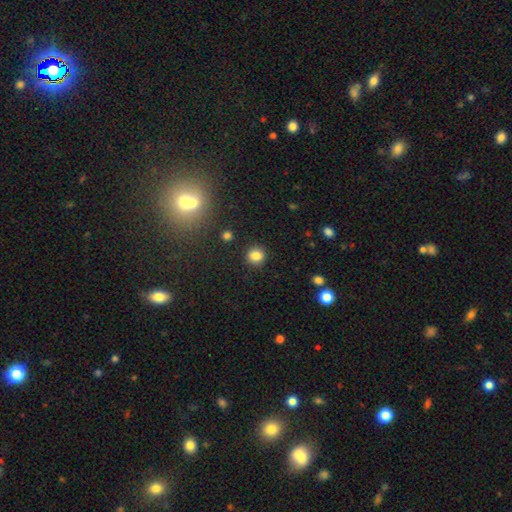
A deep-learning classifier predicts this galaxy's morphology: This is clearly a smooth galaxy (83%). How rounded: clearly round (87%). Merging: clearly none (90%).